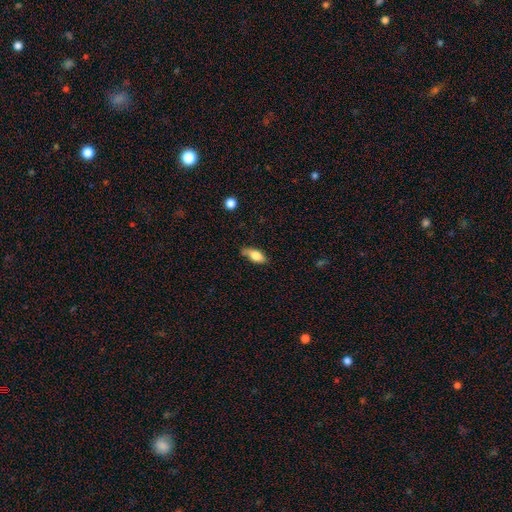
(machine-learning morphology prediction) Q: Smooth or featured?
A: smooth (74%); runner-up: featured or disk (19%)
Q: How rounded?
A: in between (82%); runner-up: cigar-shaped (14%)
Q: Merging?
A: none (64%); runner-up: minor disturbance (28%)